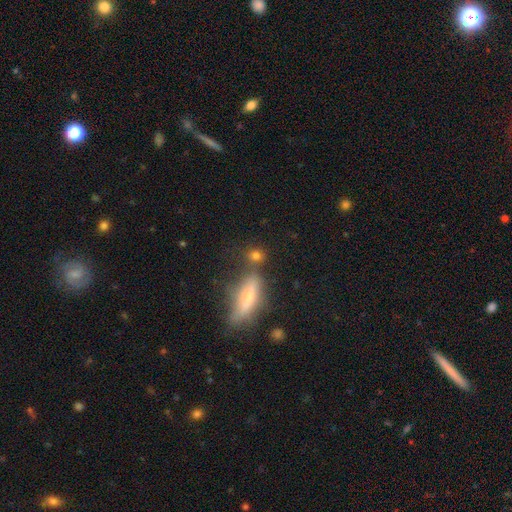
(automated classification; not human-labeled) Smooth or featured? Predicted: smooth (p=0.72). How rounded? Predicted: round (p=0.56). Merging? Predicted: none (p=0.70).